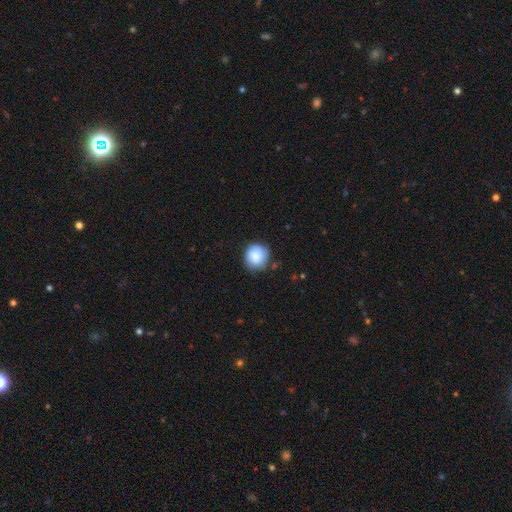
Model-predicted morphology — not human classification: Smooth or featured?
  - smooth: 82% *
  - featured or disk: 10%
  - star or artifact: 7%
How rounded?
  - round: 87% *
  - in between: 12%
  - cigar-shaped: 1%
Merging?
  - none: 73% *
  - minor disturbance: 20%
  - major disturbance: 4%
  - merger: 2%